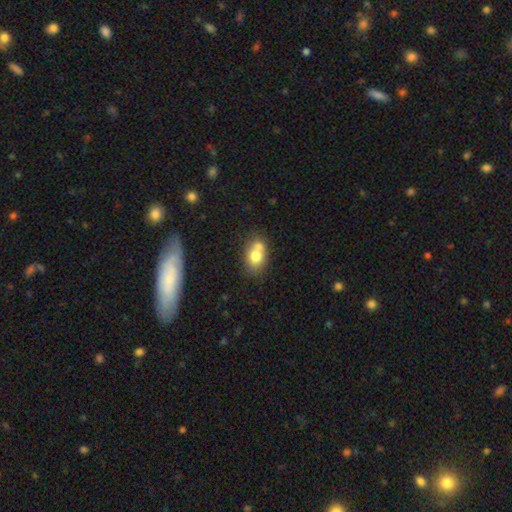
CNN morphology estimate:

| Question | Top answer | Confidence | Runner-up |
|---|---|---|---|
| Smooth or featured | smooth | 72% | featured or disk (19%) |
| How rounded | in between | 66% | round (33%) |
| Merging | none | 44% | merger (37%) |